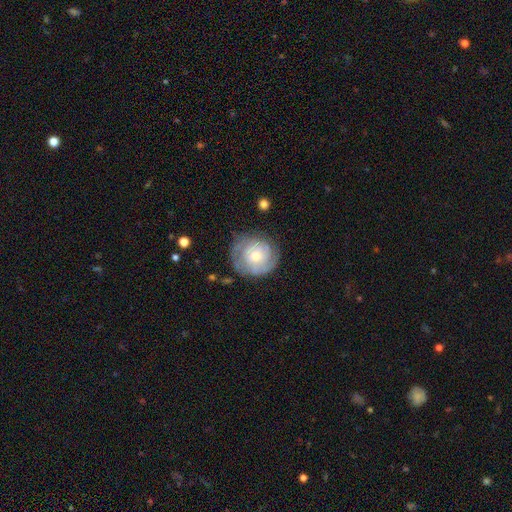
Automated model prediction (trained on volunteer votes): Morphology: type=featured or disk (70%); edge-on=no (98%); bar=no (80%); spiral arms=yes (86%); winding=tight (69%); arm count=can't tell (41%); bulge=moderate (50%); merging=none (71%).